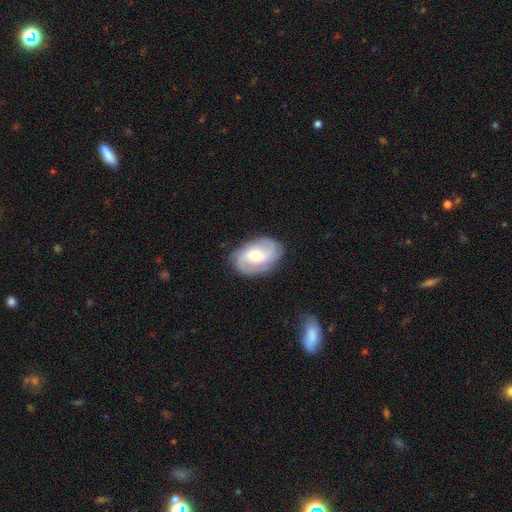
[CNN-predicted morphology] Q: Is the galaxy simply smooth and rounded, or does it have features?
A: featured or disk — 74%.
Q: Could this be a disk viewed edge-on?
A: no — 97%.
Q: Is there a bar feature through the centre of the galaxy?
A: weak — 49%.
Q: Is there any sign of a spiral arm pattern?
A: yes — 93%.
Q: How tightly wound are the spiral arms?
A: medium — 44%.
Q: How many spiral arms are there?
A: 2 — 57%.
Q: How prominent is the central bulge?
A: moderate — 59%.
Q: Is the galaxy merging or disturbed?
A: none — 80%.